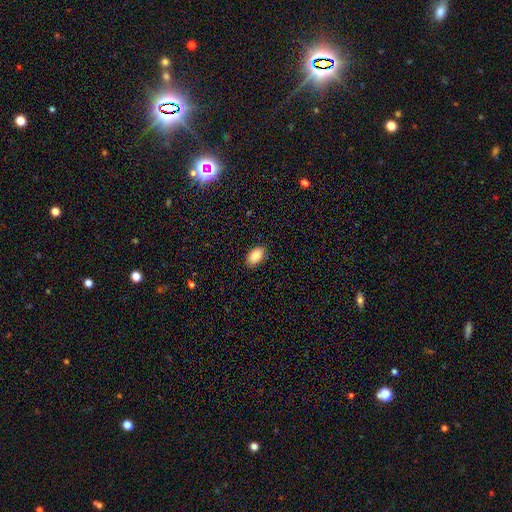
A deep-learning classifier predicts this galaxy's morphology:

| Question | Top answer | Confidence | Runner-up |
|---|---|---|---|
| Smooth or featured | smooth | 88% | star or artifact (7%) |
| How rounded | in between | 93% | round (5%) |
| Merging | none | 88% | minor disturbance (9%) |